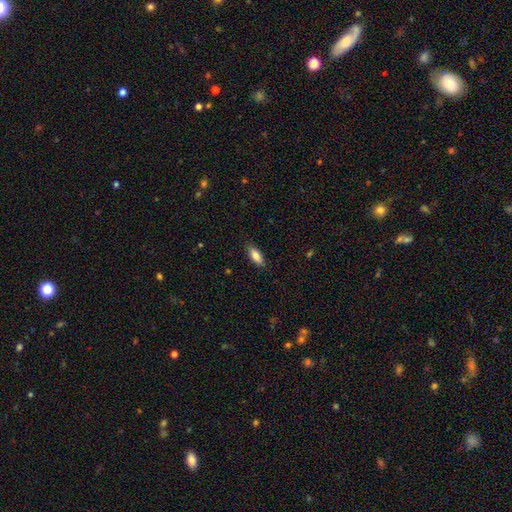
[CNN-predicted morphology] Smooth or featured? smooth (85%)
How rounded? in between (74%)
Merging? none (86%)